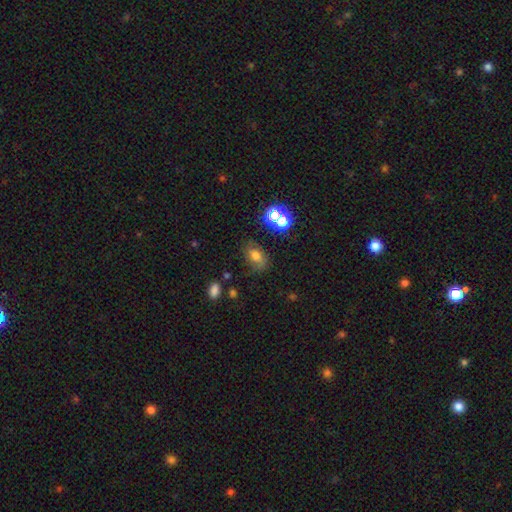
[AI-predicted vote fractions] smooth-or-featured: smooth: 62% | featured or disk: 19% | star or artifact: 19%
  how-rounded: in between: 80% | round: 18% | cigar-shaped: 2%
  merging: none: 69% | minor disturbance: 19% | major disturbance: 8% | merger: 4%